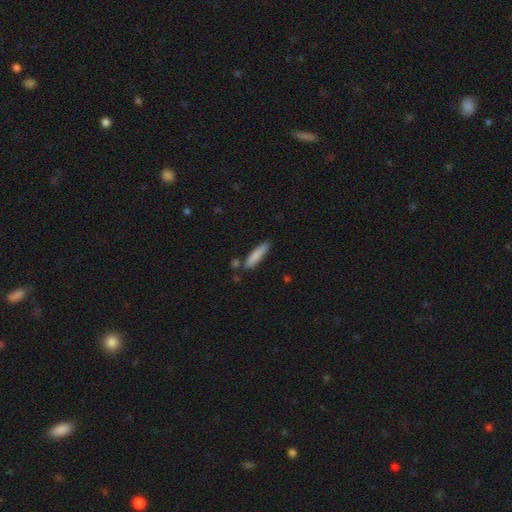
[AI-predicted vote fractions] Morphology: type=smooth (84%); roundness=cigar-shaped (80%); merging=none (76%).